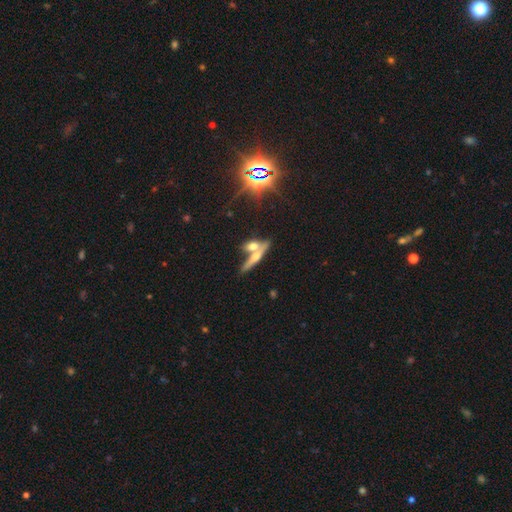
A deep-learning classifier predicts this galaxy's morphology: featured or disk 51%, smooth 37%, star or artifact 12%. Down the decision tree: edge-on disk — yes (87%); merging — none (46%).